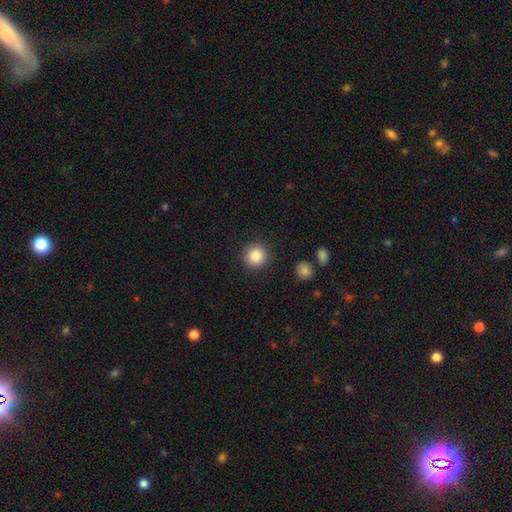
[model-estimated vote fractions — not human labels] A smooth galaxy with no disk features (86%) that is round (94%). Merging: none (90%).